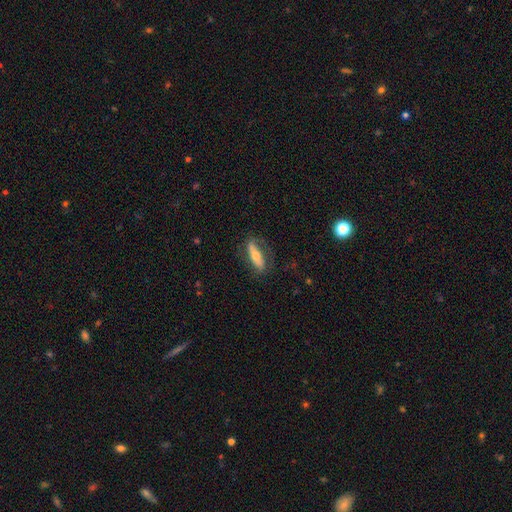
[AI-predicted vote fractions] This appears to be a smooth galaxy with no disk features (48%). Merging: none (71%).